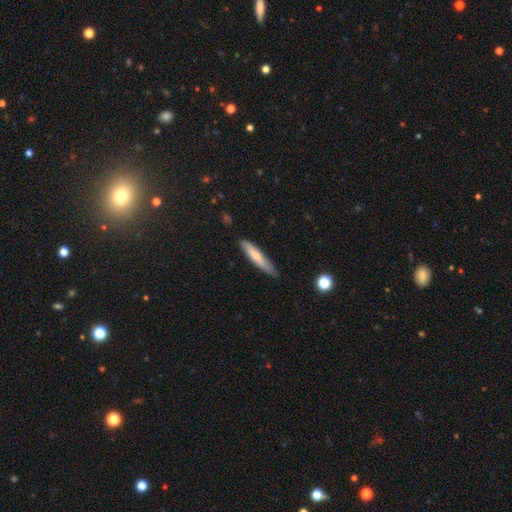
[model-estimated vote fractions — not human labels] Morphology: type=smooth (71%); roundness=cigar-shaped (87%); merging=none (77%).